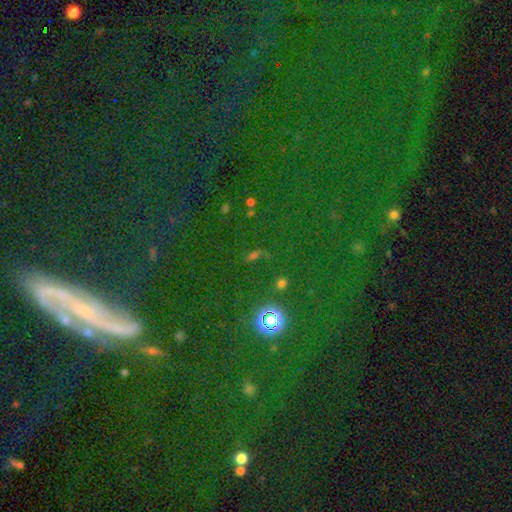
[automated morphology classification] A star or artifact, not a galaxy (54%).